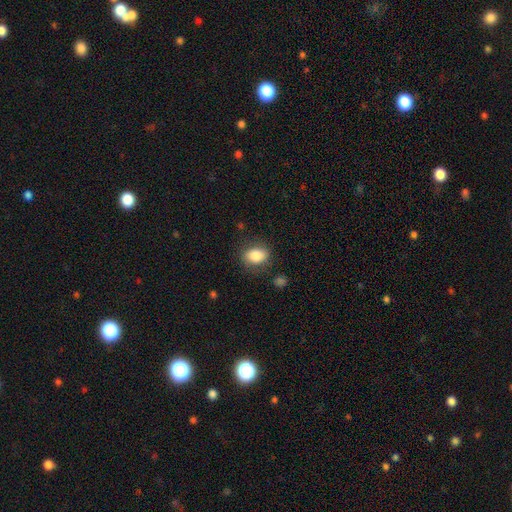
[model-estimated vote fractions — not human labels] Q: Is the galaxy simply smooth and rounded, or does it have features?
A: smooth — 82%.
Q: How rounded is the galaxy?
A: in between — 69%.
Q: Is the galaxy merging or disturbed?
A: none — 79%.